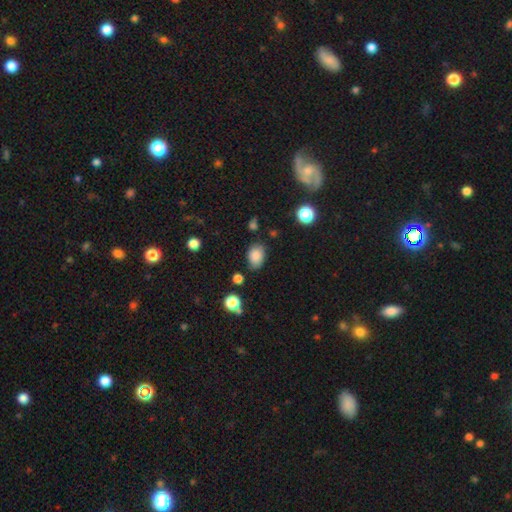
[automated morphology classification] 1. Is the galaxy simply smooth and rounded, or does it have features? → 85% smooth, 9% star or artifact, 6% featured or disk.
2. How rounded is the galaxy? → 79% in between, 20% round, 1% cigar-shaped.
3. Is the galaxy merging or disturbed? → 75% none, 18% minor disturbance, 4% major disturbance, 3% merger.